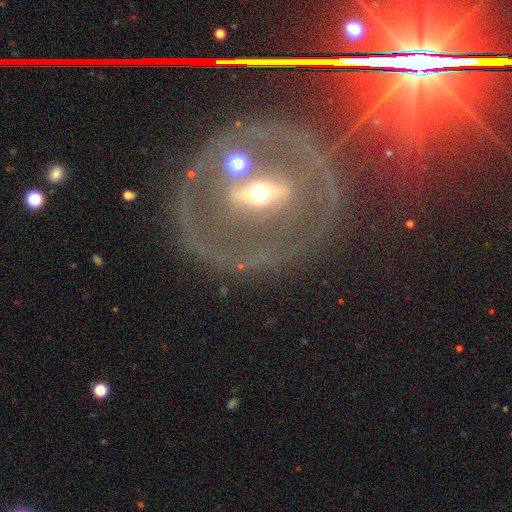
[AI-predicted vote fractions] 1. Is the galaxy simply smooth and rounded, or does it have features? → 78% featured or disk, 12% smooth, 11% star or artifact.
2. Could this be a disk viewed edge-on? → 90% no, 10% yes.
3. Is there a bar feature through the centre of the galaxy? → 52% strong, 28% weak, 20% no.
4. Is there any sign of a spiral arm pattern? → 52% yes, 48% no.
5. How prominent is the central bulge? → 61% moderate, 30% small, 6% large, 2% dominant, 1% none.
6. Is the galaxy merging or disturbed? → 70% none, 14% minor disturbance, 11% major disturbance, 5% merger.